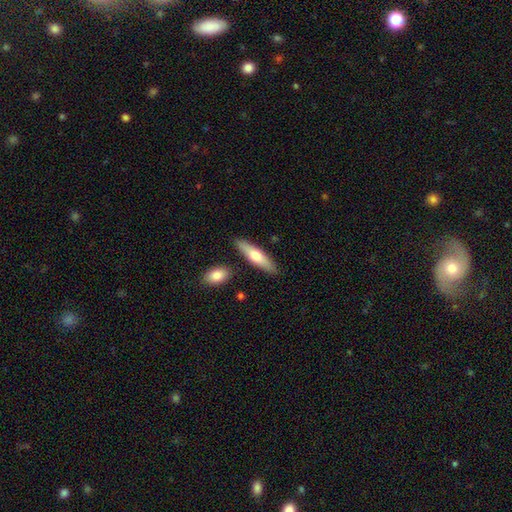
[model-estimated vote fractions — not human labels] Overall: smooth (59%; featured or disk 36%). How rounded: cigar-shaped (69%; in between 29%). Merging: none (85%).